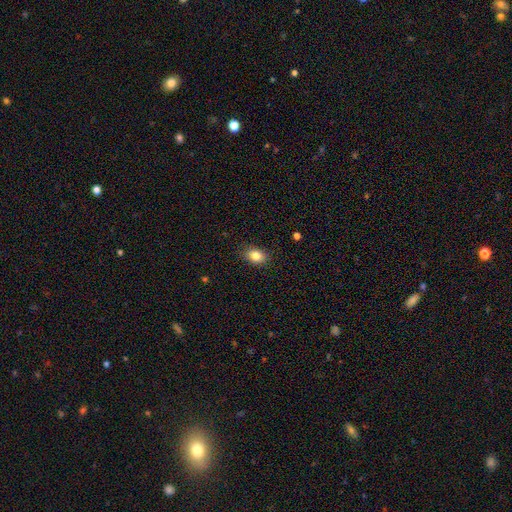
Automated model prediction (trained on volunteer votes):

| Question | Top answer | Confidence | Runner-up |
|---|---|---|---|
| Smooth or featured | smooth | 83% | star or artifact (10%) |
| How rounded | in between | 75% | round (23%) |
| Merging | none | 87% | minor disturbance (10%) |